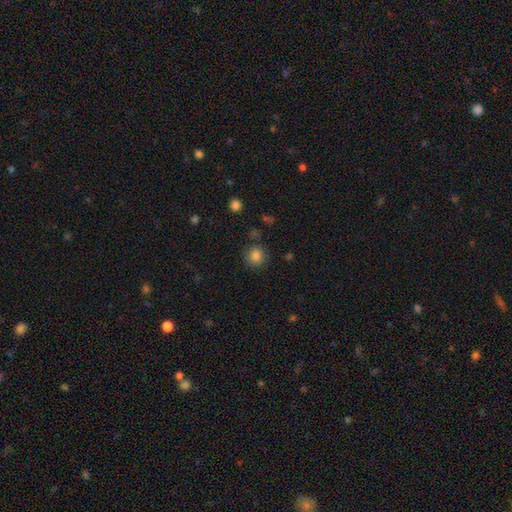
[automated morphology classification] Smooth or featured: smooth — 84% (star or artifact — 12%)
How rounded: round — 88% (in between — 12%)
Merging: none — 84% (minor disturbance — 10%)